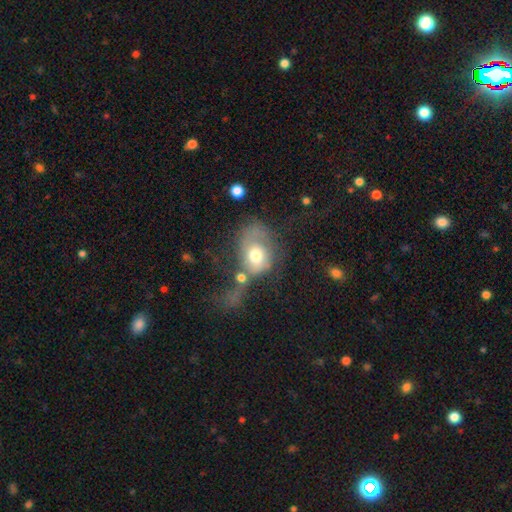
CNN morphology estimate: smooth-or-featured: smooth: 54% | featured or disk: 36% | star or artifact: 10%
  how-rounded: in between: 56% | round: 43% | cigar-shaped: 1%
  merging: major disturbance: 43% | merger: 24% | none: 18% | minor disturbance: 15%